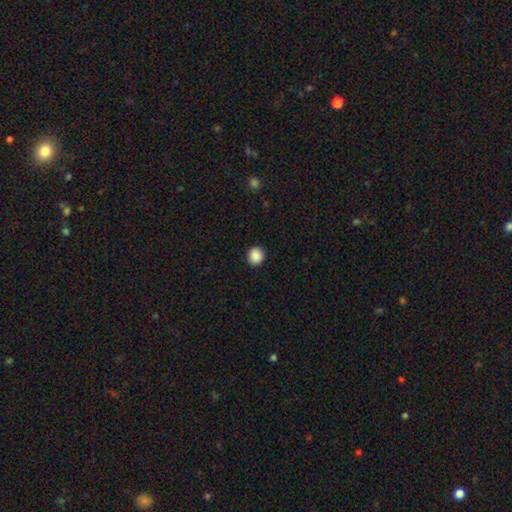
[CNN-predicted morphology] Smooth or featured?
  - smooth: 89% *
  - star or artifact: 8%
  - featured or disk: 2%
How rounded?
  - round: 90% *
  - in between: 9%
  - cigar-shaped: 1%
Merging?
  - none: 92% *
  - minor disturbance: 6%
  - major disturbance: 2%
  - merger: 1%